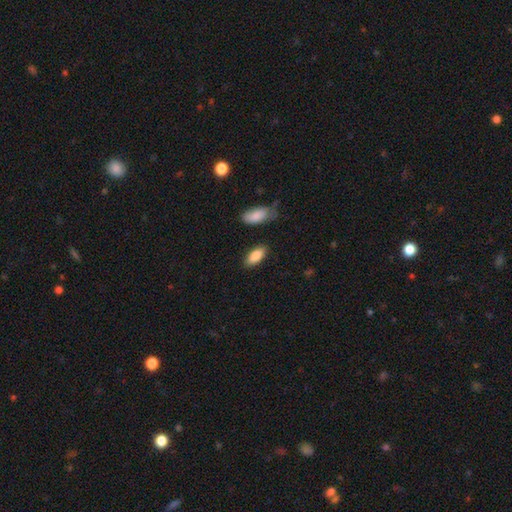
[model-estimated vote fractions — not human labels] A smooth galaxy with no disk features (85%) that is in between round and cigar-shaped (84%). Merging: none (85%).